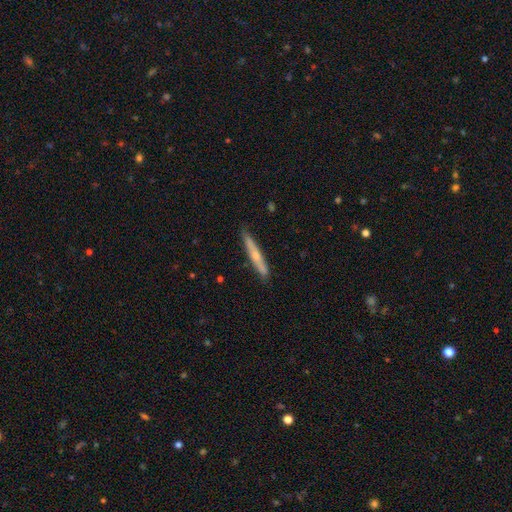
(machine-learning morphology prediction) Smooth or featured: featured or disk — 50% (smooth — 44%)
Merging: none — 88% (minor disturbance — 9%)